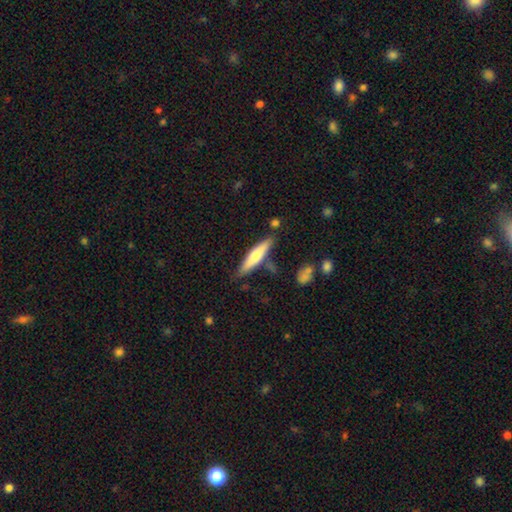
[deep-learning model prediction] Morphology: type=smooth (59%); roundness=cigar-shaped (82%); merging=none (77%).